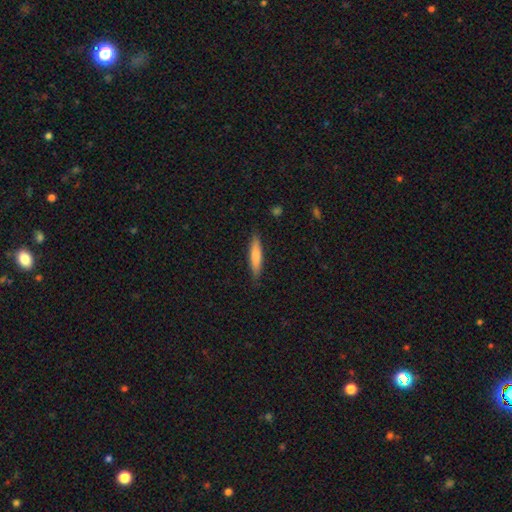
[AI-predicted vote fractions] A smooth galaxy with no disk features (78%) that is cigar-shaped (86%).

Vote fractions:
- Smooth or featured? smooth: 78% / featured or disk: 16% / star or artifact: 6%
- How rounded? cigar-shaped: 86% / in between: 13% / round: 1%
- Merging? none: 87% / minor disturbance: 10% / major disturbance: 2% / merger: 1%